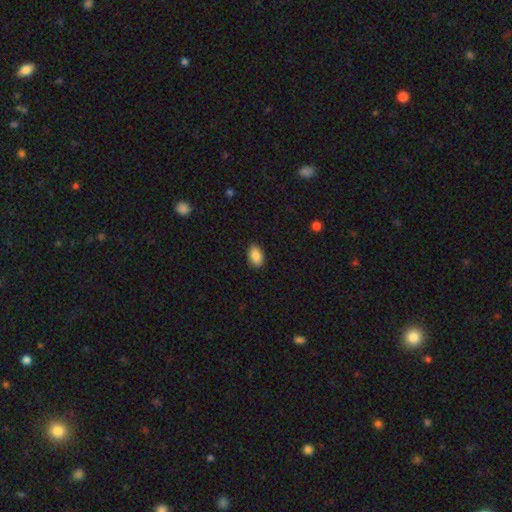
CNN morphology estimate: This is clearly a smooth galaxy (89%). How rounded: clearly in between (92%). Merging: clearly none (89%).